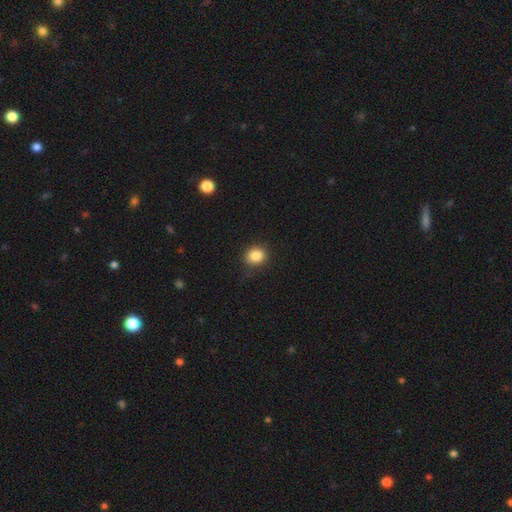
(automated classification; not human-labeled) A smooth galaxy with no disk features (85%) that is round (74%).

Vote fractions:
- Smooth or featured? smooth: 85% / star or artifact: 10% / featured or disk: 5%
- How rounded? round: 74% / in between: 25% / cigar-shaped: 1%
- Merging? none: 86% / minor disturbance: 11% / major disturbance: 3% / merger: 1%